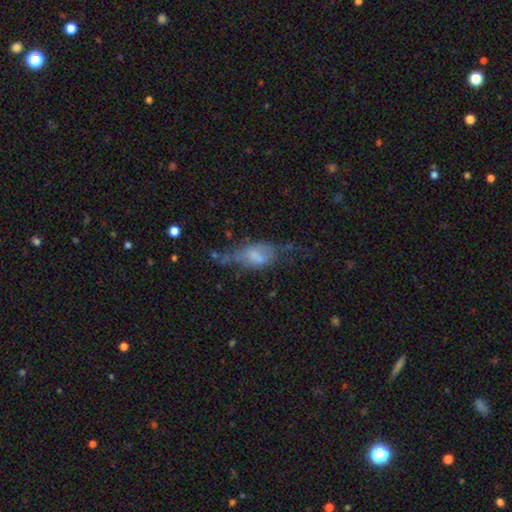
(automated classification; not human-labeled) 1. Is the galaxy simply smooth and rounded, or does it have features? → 45% smooth (tied), 45% featured or disk (tied), 11% star or artifact.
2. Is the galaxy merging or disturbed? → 39% major disturbance, 27% none, 25% minor disturbance, 9% merger.